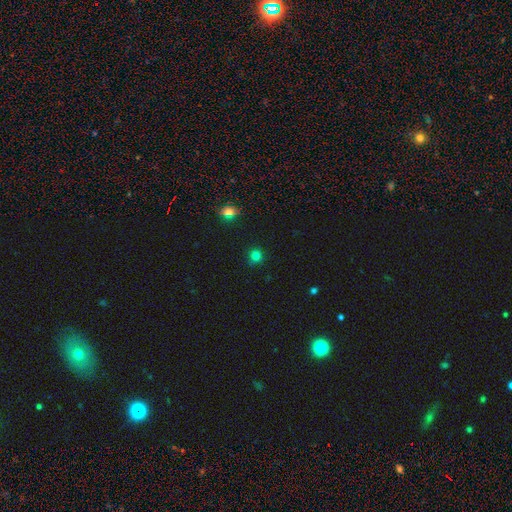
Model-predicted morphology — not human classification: A smooth galaxy with no disk features (78%) that is round (91%). Merging: none (85%).